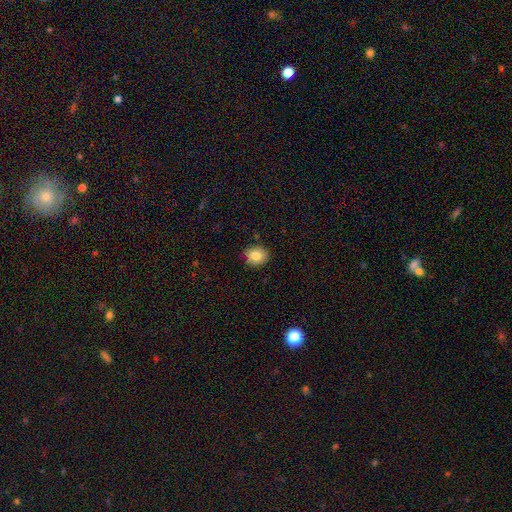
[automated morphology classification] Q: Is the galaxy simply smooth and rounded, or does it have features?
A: smooth — 83%.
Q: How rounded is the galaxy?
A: round — 65%.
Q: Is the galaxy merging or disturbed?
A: none — 84%.